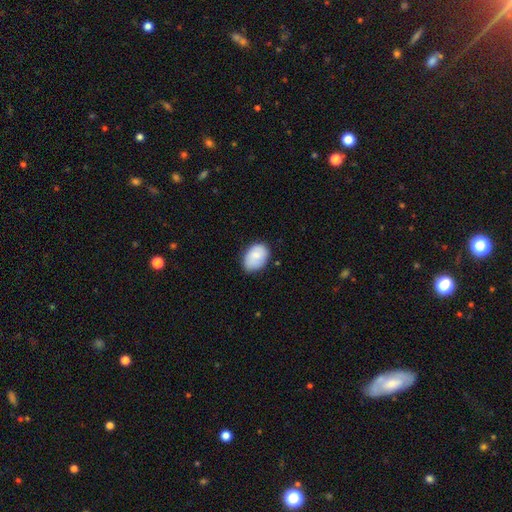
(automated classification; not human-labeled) This appears to be a smooth galaxy with no disk features (79%) that is in between round and cigar-shaped (81%). Merging: none (71%).